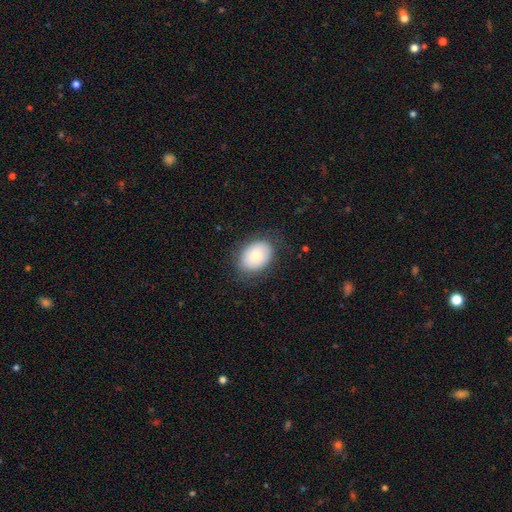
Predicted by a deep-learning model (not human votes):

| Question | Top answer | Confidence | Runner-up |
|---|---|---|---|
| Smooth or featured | smooth | 76% | featured or disk (17%) |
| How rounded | in between | 75% | round (24%) |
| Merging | none | 77% | minor disturbance (16%) |